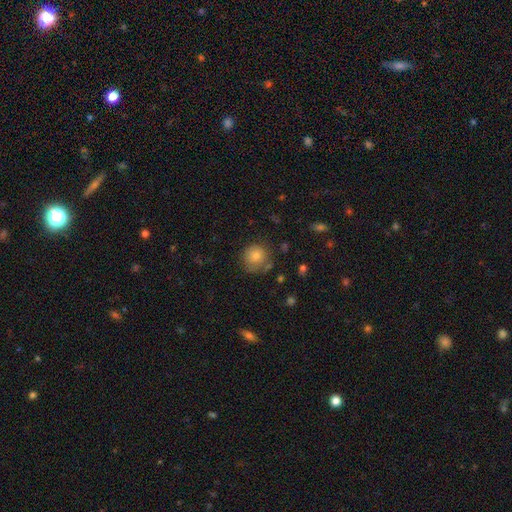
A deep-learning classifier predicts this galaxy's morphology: type=smooth (78%); roundness=round (90%); merging=none (73%).